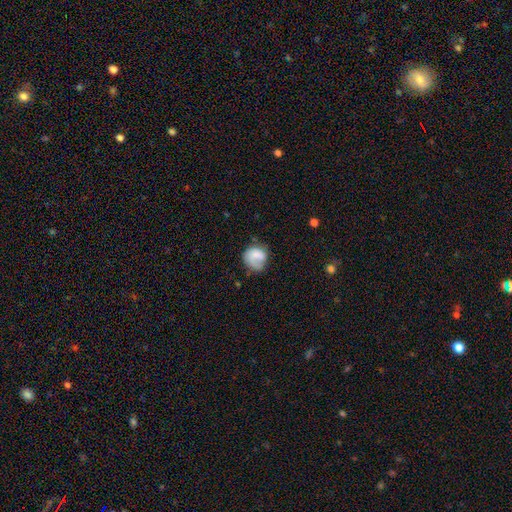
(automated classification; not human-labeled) This is likely a smooth galaxy (65%). How rounded: likely round (69%). Merging: possibly none (48%).